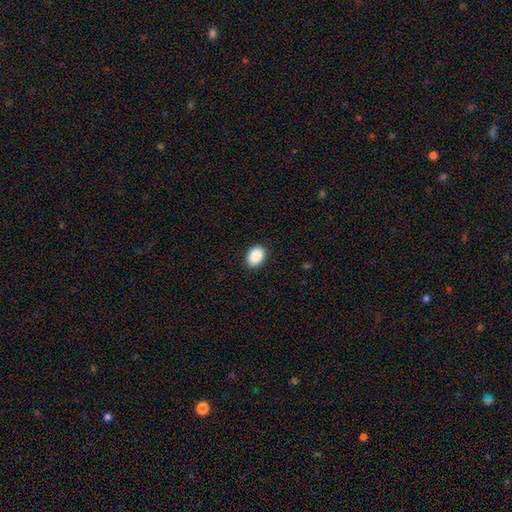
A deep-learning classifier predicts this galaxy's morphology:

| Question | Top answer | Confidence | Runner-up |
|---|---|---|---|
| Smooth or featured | smooth | 90% | star or artifact (7%) |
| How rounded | in between | 78% | round (21%) |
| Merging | none | 89% | minor disturbance (8%) |